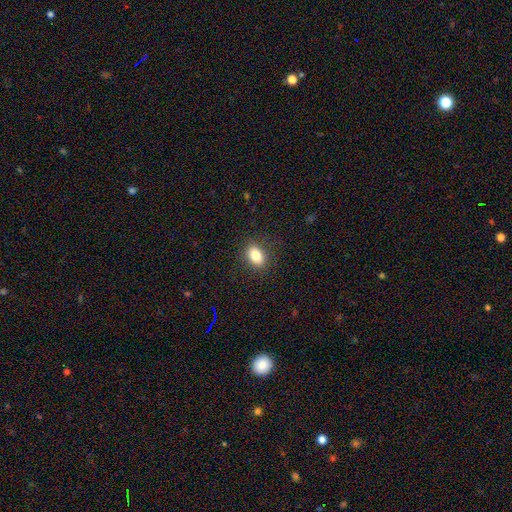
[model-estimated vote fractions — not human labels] Smooth or featured? smooth (83%)
How rounded? in between (79%)
Merging? none (86%)